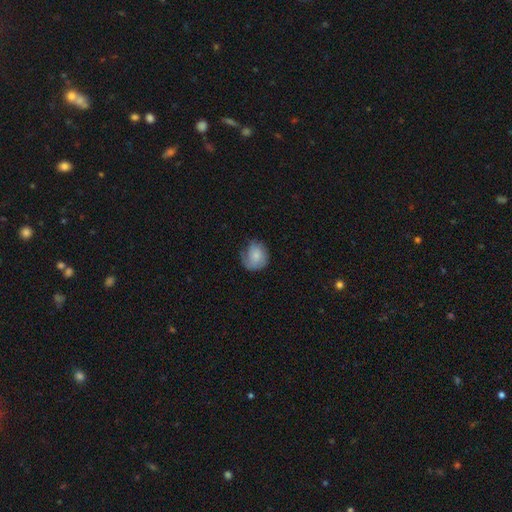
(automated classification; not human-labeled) Smooth or featured? Predicted: smooth (p=0.66). How rounded? Predicted: round (p=0.68). Merging? Predicted: none (p=0.53).